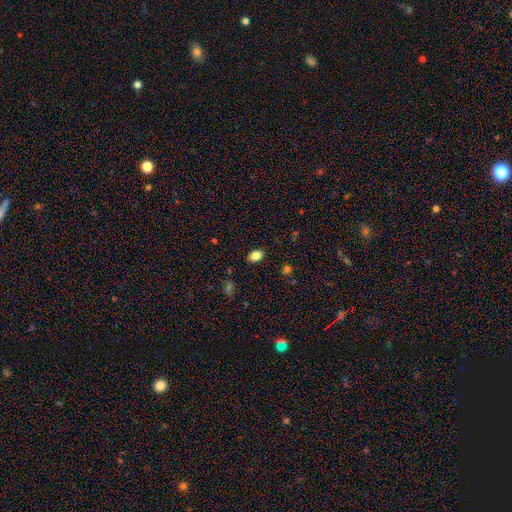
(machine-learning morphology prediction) Smooth or featured? Predicted: smooth (p=0.85). How rounded? Predicted: in between (p=0.81). Merging? Predicted: none (p=0.87).